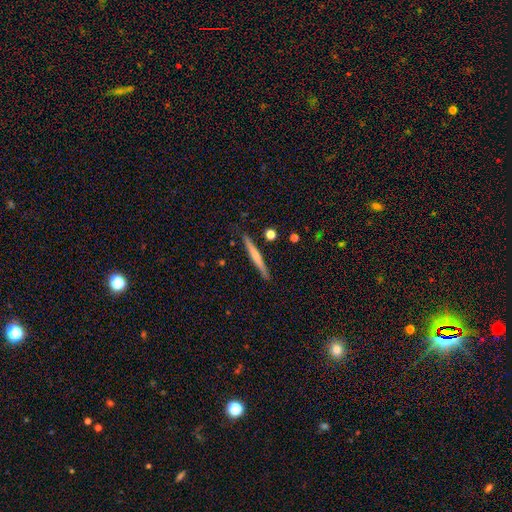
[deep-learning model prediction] A smooth galaxy with no disk features (51%) that is cigar-shaped (96%).

Vote fractions:
- Smooth or featured? smooth: 51% / featured or disk: 43% / star or artifact: 6%
- How rounded? cigar-shaped: 96% / in between: 3% / round: 1%
- Merging? none: 89% / minor disturbance: 8% / merger: 2% / major disturbance: 2%